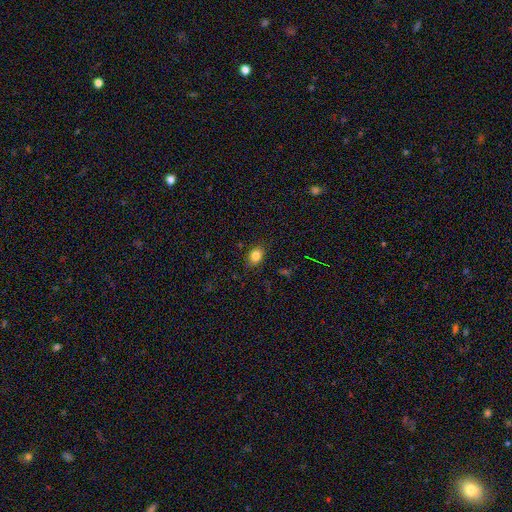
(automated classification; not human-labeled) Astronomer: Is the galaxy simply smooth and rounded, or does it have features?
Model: smooth — 82%.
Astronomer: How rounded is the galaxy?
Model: in between — 58% (runner-up: round, 41%).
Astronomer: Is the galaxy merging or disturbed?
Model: none — 83%.